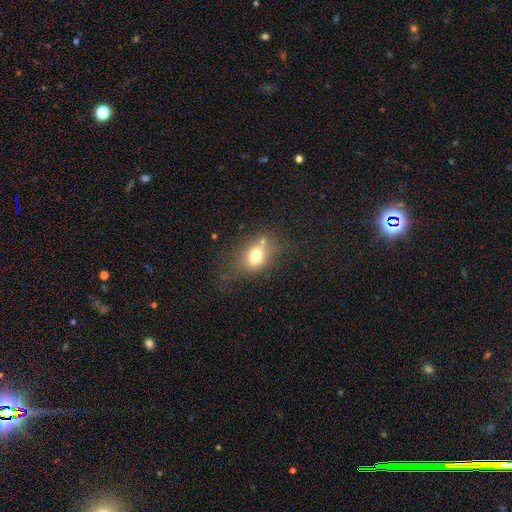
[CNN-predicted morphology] The model was most divided on "merging": none: 53%, minor disturbance: 23%, major disturbance: 12%, merger: 12%. More confident: smooth or featured — smooth (69%); how rounded — in between (66%).